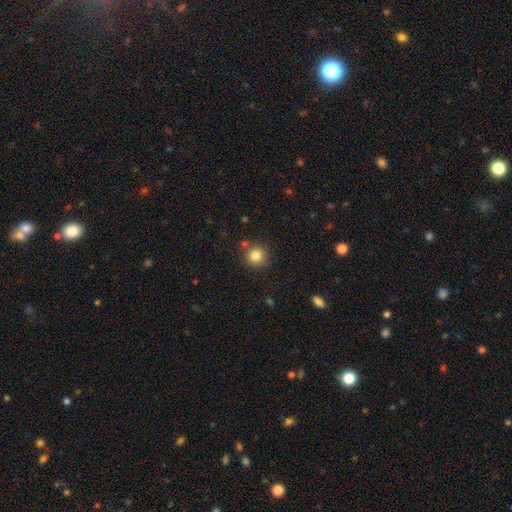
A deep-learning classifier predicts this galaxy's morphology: smooth 82%, star or artifact 12%, featured or disk 6%. Down the decision tree: how rounded — round (93%); merging — none (83%).